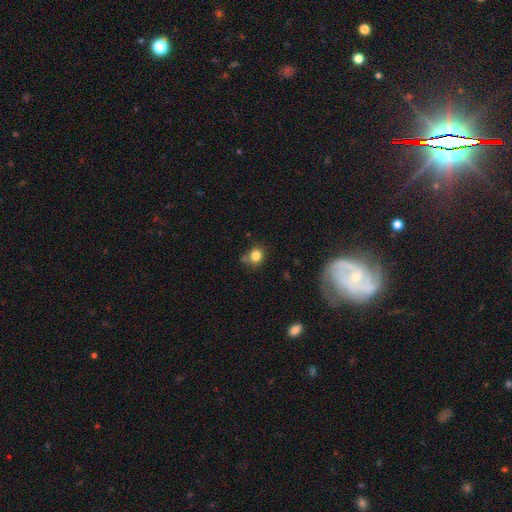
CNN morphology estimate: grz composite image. It shows a smooth galaxy with no disk features (82%) that is round (77%). Merging: none (68%).